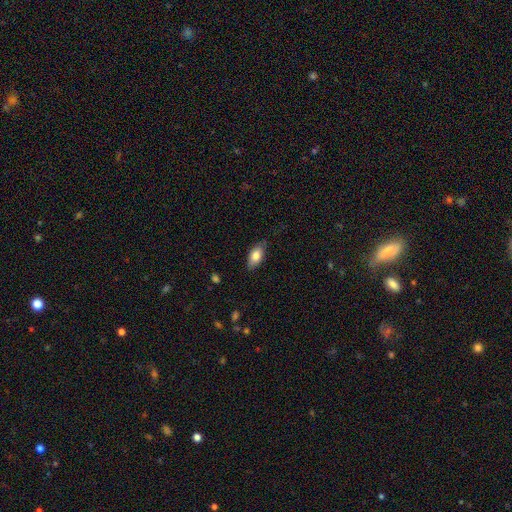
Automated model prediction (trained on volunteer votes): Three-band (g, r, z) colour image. It shows a smooth galaxy with no disk features (80%) that is in between round and cigar-shaped (91%). Merging: none (80%).